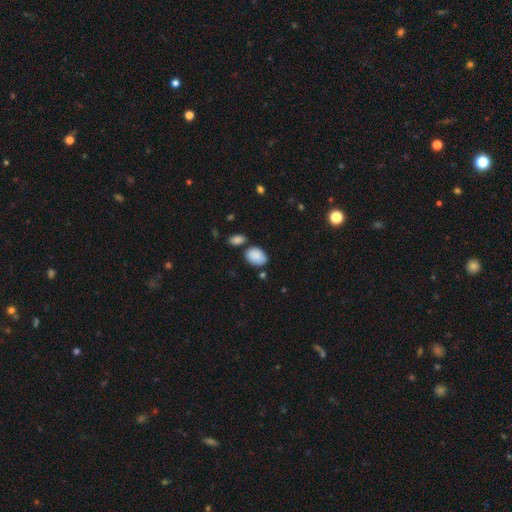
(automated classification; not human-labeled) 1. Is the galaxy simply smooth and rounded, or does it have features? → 88% smooth, 7% star or artifact, 5% featured or disk.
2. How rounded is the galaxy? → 83% in between, 16% round, 1% cigar-shaped.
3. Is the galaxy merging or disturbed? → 66% none, 18% minor disturbance, 12% merger, 4% major disturbance.